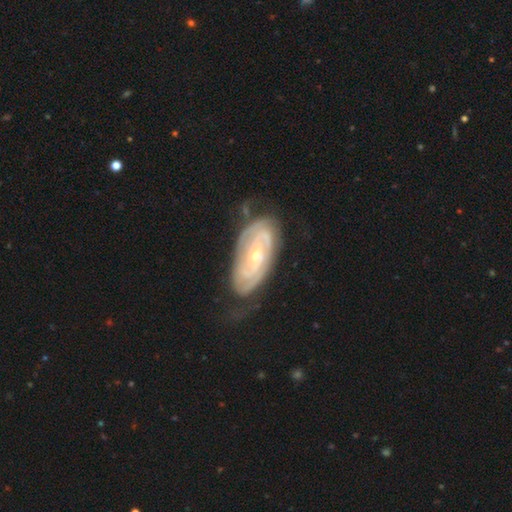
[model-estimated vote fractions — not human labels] smooth-or-featured: featured or disk: 86% | smooth: 9% | star or artifact: 5%
  disk-edge-on: no: 94% | yes: 6%
    bar: no: 61% | weak: 28% | strong: 11%
    has-spiral-arms: yes: 95% | no: 5%
      spiral-winding: tight: 76% | medium: 20% | loose: 4%
      spiral-arm-count: 2: 37% | can't tell: 33% | 3: 14% | 4: 8% | more than 4: 4% | 1: 4%
    bulge-size: small: 67% | moderate: 30% | large: 1% | none: 1% | dominant: 1%
  merging: none: 67% | minor disturbance: 22% | major disturbance: 8% | merger: 2%